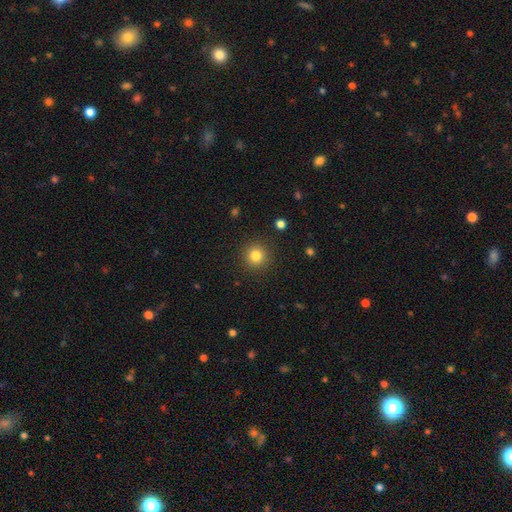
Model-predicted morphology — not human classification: Smooth or featured? smooth (82%)
How rounded? round (94%)
Merging? none (91%)